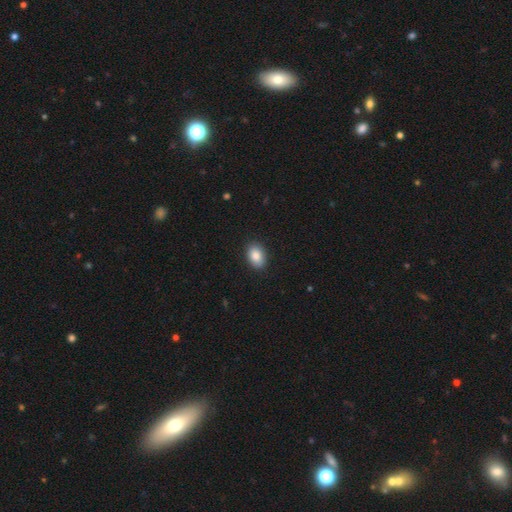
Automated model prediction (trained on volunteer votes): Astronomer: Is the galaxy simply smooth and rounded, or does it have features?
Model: smooth — 87%.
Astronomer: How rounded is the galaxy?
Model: in between — 82%.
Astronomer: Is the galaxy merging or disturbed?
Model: none — 88%.